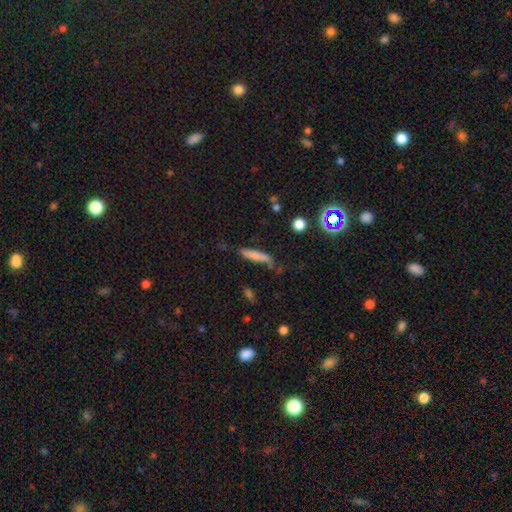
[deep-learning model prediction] smooth-or-featured: smooth: 72% | featured or disk: 20% | star or artifact: 8%
  how-rounded: cigar-shaped: 80% | in between: 18% | round: 2%
  merging: none: 68% | minor disturbance: 21% | major disturbance: 6% | merger: 5%